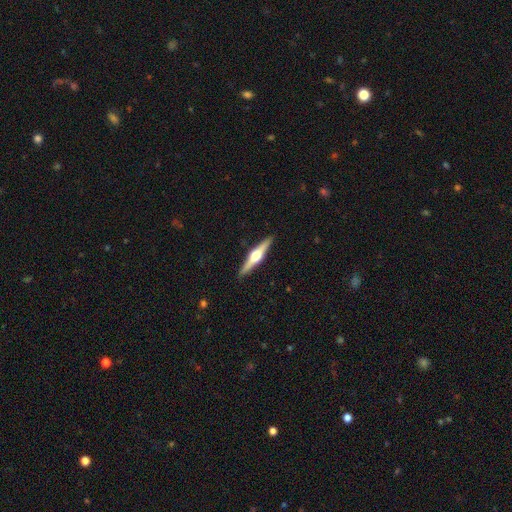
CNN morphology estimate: A featured or disk galaxy (74%) viewed edge-on (98%) with a rounded central bulge (95%).

Vote fractions:
- Smooth or featured? featured or disk: 74% / smooth: 21% / star or artifact: 5%
- Edge-on disk? yes: 98% / no: 2%
- Edge-on bulge? rounded: 95% / boxy: 3% / none: 2%
- Merging? none: 91% / minor disturbance: 6% / major disturbance: 1% / merger: 1%